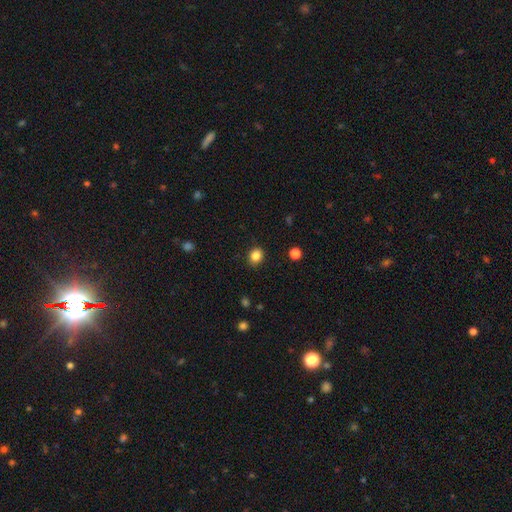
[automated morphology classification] A smooth galaxy with no disk features (85%) that is round (72%). Merging: none (88%).